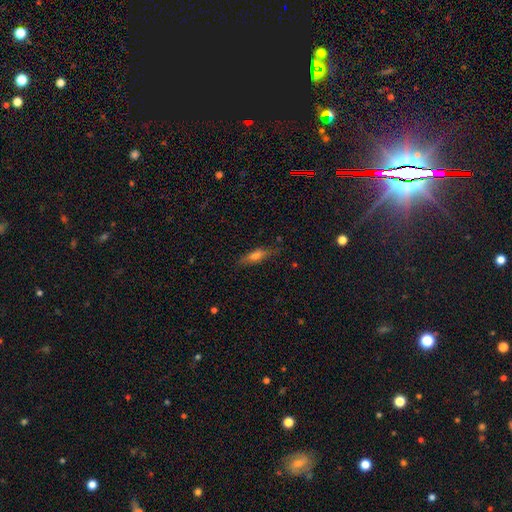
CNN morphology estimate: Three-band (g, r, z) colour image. It shows a smooth galaxy with no disk features (55%) that is cigar-shaped (64%). Merging: none (80%).